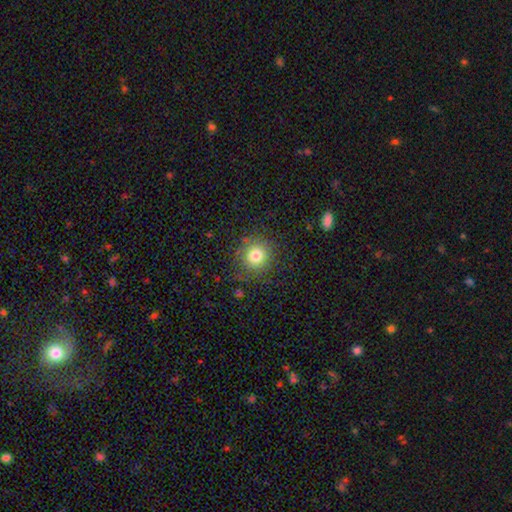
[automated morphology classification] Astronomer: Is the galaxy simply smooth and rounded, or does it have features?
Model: smooth — 78%.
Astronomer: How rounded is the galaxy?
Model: round — 93%.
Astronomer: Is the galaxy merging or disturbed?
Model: none — 84%.